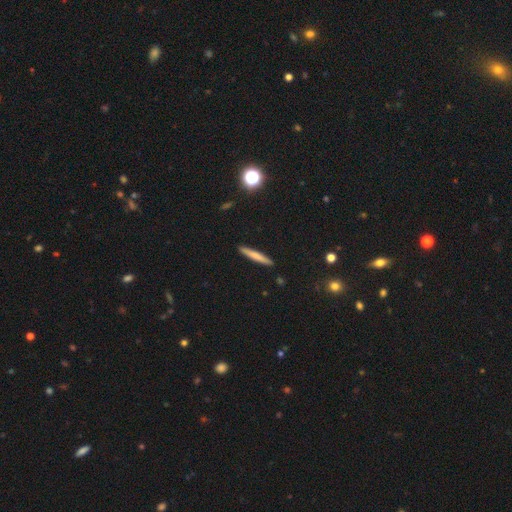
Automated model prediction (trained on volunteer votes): The model was most divided on "smooth or featured": smooth: 68%, featured or disk: 26%, star or artifact: 7%. More confident: how rounded — cigar-shaped (95%); merging — none (91%).